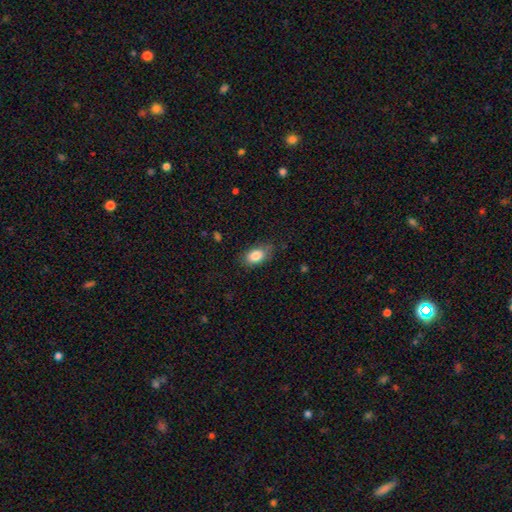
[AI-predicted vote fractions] smooth_or_featured: smooth (p=0.84) [alt: featured or disk p=0.08]
how_rounded: in between (p=0.87) [alt: round p=0.11]
merging: none (p=0.73) [alt: minor disturbance p=0.20]